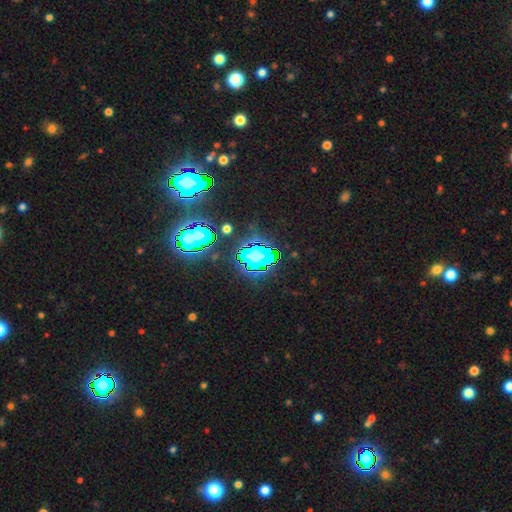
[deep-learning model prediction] Q: Smooth or featured?
A: star or artifact (59%); runner-up: smooth (27%)